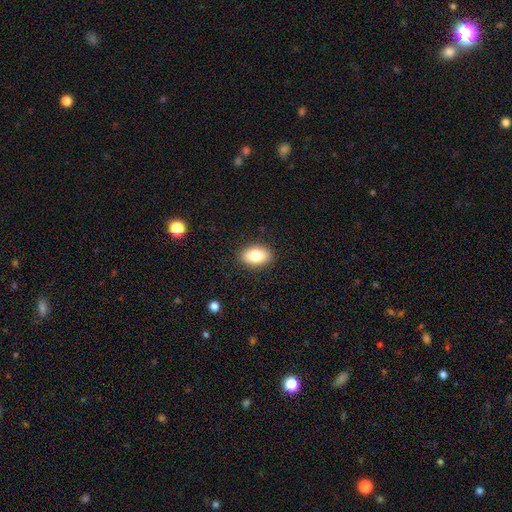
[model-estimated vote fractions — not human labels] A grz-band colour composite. It shows a smooth galaxy with no disk features (80%) that is in between round and cigar-shaped (88%). Merging: none (89%).